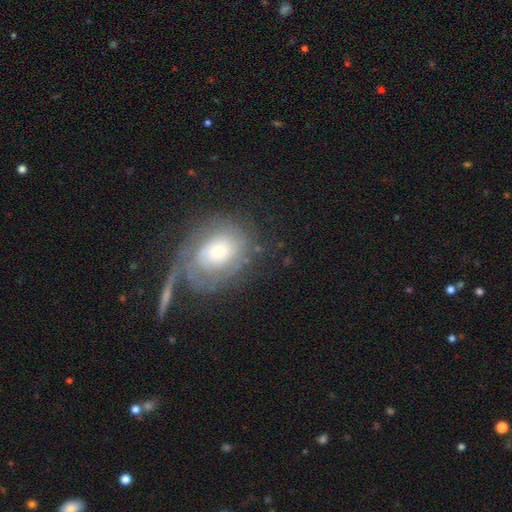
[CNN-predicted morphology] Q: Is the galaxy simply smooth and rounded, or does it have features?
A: featured or disk — 56%.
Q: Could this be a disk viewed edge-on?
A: no — 95%.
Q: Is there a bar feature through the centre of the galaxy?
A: no — 66%.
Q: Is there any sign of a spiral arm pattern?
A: yes — 76%.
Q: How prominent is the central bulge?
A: moderate — 55%.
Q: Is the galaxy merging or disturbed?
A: none — 54%.